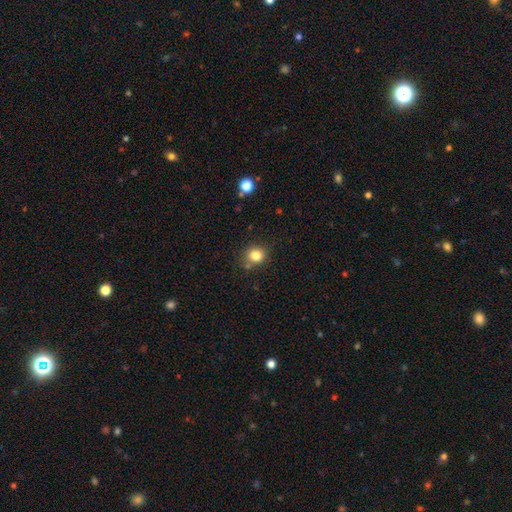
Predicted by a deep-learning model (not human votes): A smooth galaxy with no disk features (82%) that is round (82%).

Vote fractions:
- Smooth or featured? smooth: 82% / star or artifact: 12% / featured or disk: 6%
- How rounded? round: 82% / in between: 17% / cigar-shaped: 1%
- Merging? none: 76% / minor disturbance: 13% / merger: 7% / major disturbance: 4%